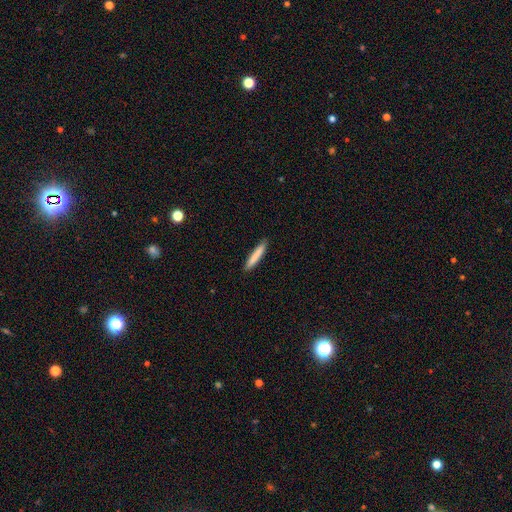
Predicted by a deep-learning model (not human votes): smooth_or_featured: smooth (p=0.83) [alt: featured or disk p=0.11]
how_rounded: cigar-shaped (p=0.94) [alt: in between p=0.05]
merging: none (p=0.91) [alt: minor disturbance p=0.06]